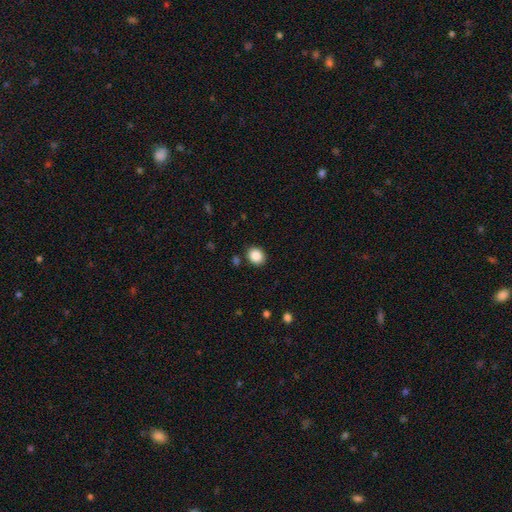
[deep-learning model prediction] smooth 87%, star or artifact 9%, featured or disk 4%. Down the decision tree: how rounded — round (66%); merging — none (88%).